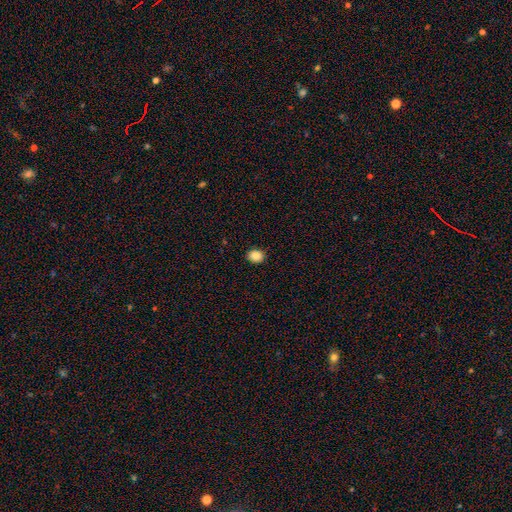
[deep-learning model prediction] Overall: smooth (87%). How rounded: round (54%; in between 45%). Merging: none (90%).